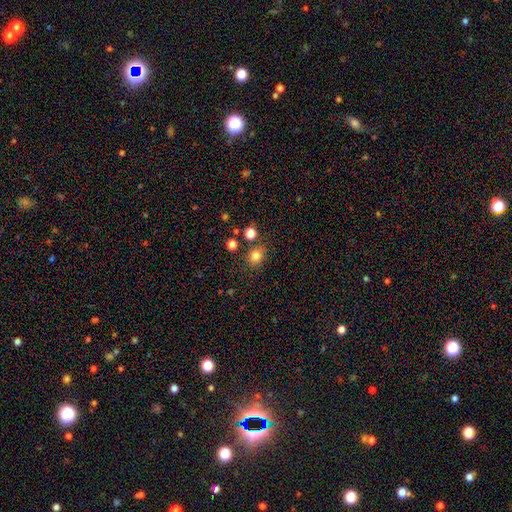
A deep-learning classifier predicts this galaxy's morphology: A smooth galaxy with no disk features (81%) that is round (72%).

Vote fractions:
- Smooth or featured? smooth: 81% / star or artifact: 13% / featured or disk: 6%
- How rounded? round: 72% / in between: 27% / cigar-shaped: 1%
- Merging? none: 79% / minor disturbance: 11% / merger: 7% / major disturbance: 3%